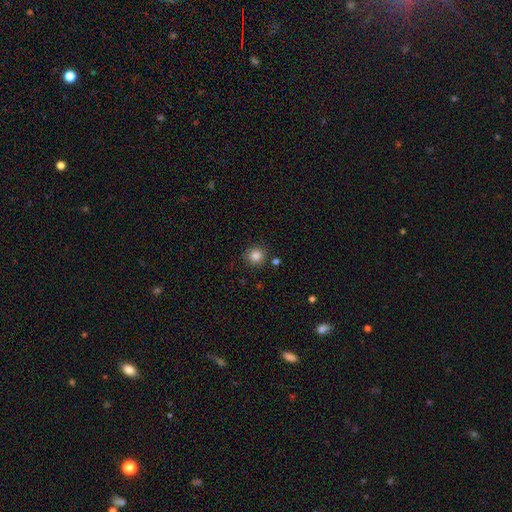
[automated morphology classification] The model was most divided on "smooth or featured": smooth: 84%, star or artifact: 11%, featured or disk: 4%. More confident: how rounded — round (92%); merging — none (85%).